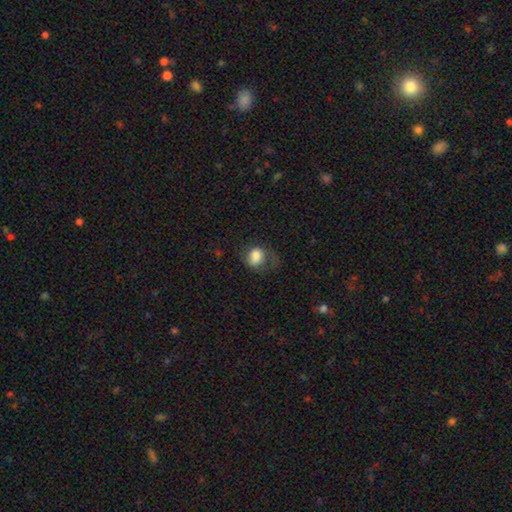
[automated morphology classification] Smooth or featured: smooth — 74% (featured or disk — 18%)
How rounded: round — 55% (in between — 44%)
Merging: none — 49% (major disturbance — 25%)